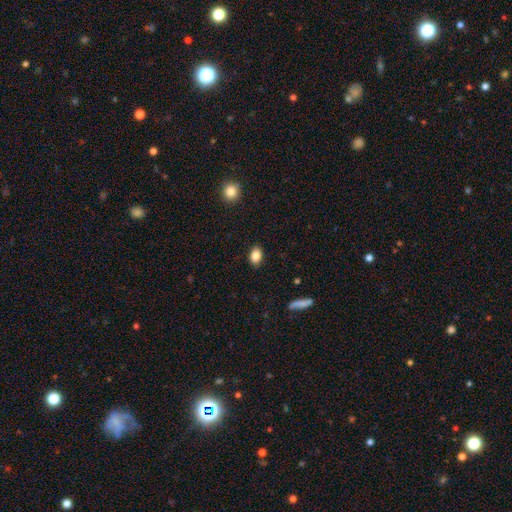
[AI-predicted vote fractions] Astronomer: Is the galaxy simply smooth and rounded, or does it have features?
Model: smooth — 85%.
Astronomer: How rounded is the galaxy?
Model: in between — 83%.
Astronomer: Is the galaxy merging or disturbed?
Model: none — 87%.